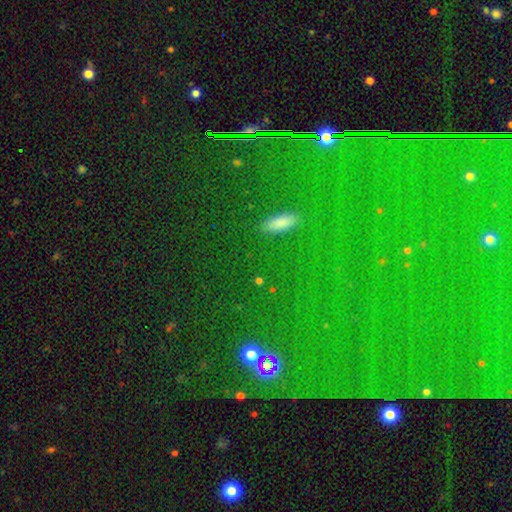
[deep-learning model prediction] A star or artifact, not a galaxy (71%).

Vote fractions:
- Smooth or featured? star or artifact: 71% / smooth: 17% / featured or disk: 12%